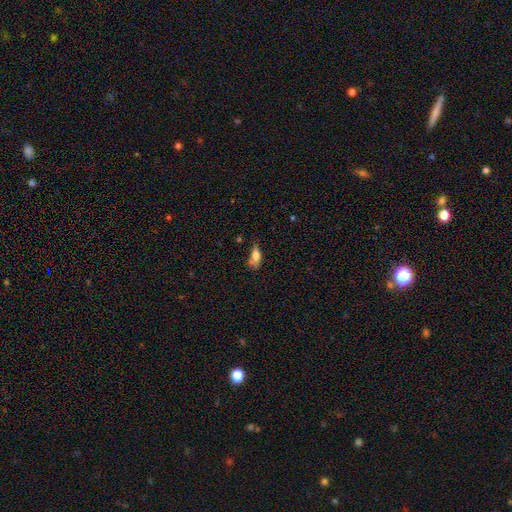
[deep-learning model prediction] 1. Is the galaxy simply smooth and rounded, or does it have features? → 73% smooth, 18% featured or disk, 9% star or artifact.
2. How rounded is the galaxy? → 80% in between, 15% cigar-shaped, 6% round.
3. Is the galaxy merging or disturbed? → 35% minor disturbance (tied), 35% none (tied), 21% major disturbance, 8% merger.